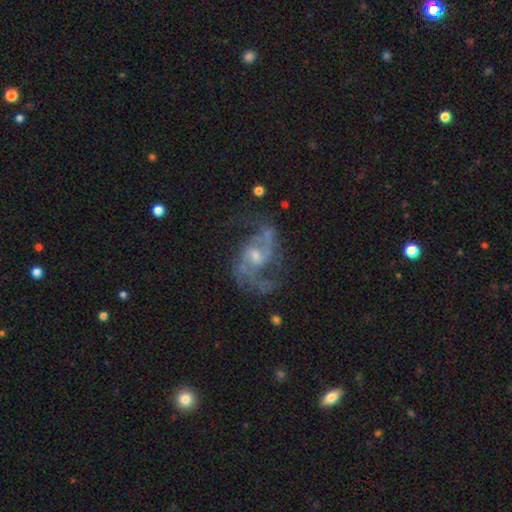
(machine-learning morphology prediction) featured or disk 87%, star or artifact 8%, smooth 5%. Down the decision tree: edge-on disk — no (97%); bar — no (46%); spiral arms — yes (95%); spiral arm count — 2 (84%); spiral winding — medium (47%); bulge size — small (48%); merging — none (64%).